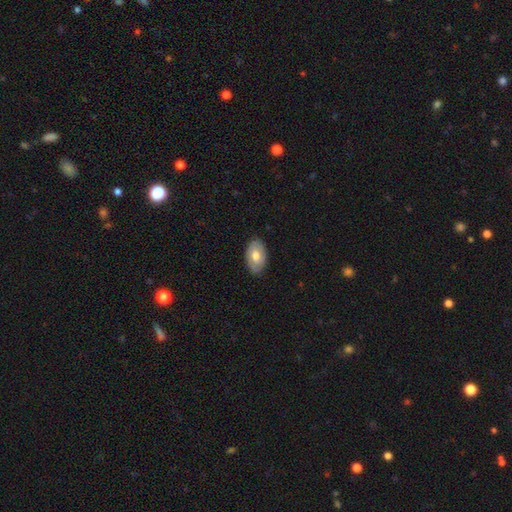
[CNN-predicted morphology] Smooth or featured?
  - smooth: 58% *
  - featured or disk: 36%
  - star or artifact: 6%
How rounded?
  - in between: 92% *
  - round: 7%
  - cigar-shaped: 1%
Merging?
  - none: 84% *
  - minor disturbance: 13%
  - major disturbance: 3%
  - merger: 1%